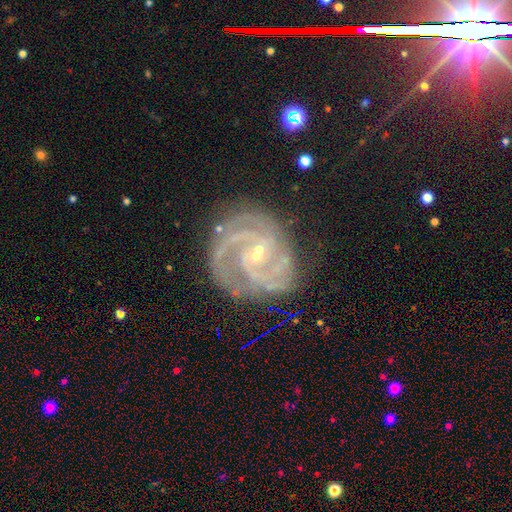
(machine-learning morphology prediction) A featured or disk galaxy (89%) with a weak bar (50%), 2 (43%) tight (60%) spiral arms (98%) and a small central bulge (76%). Merging: none (73%).